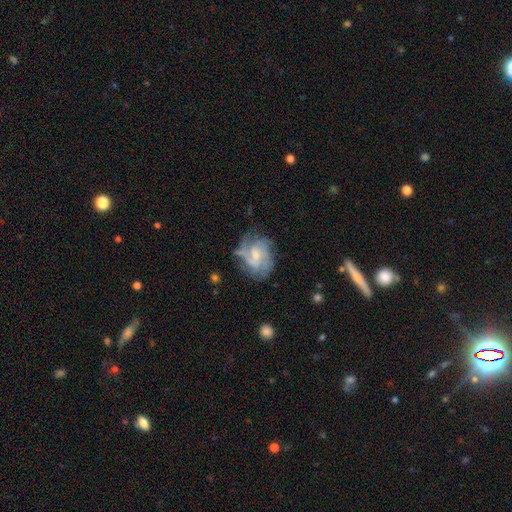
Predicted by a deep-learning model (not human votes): Smooth or featured? Predicted: featured or disk (p=0.74). Edge-on disk? Predicted: no (p=0.98). Bar? Predicted: no (p=0.48). Spiral arms? Predicted: yes (p=0.85). Spiral winding? Predicted: medium (p=0.43). Spiral arm count? Predicted: 2 (p=0.35). Bulge size? Predicted: small (p=0.49). Merging? Predicted: none (p=0.53).